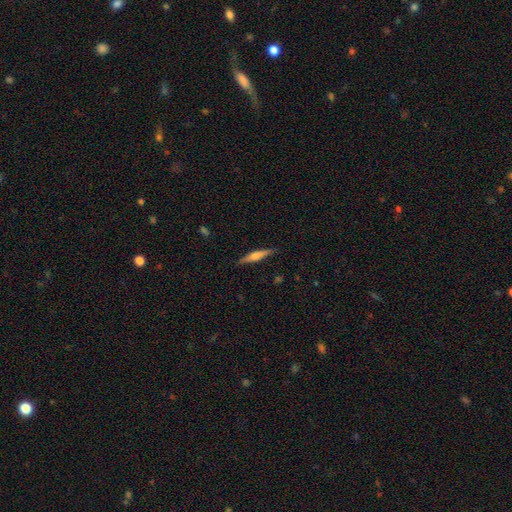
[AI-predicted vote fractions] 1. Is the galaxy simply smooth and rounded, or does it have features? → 58% featured or disk, 36% smooth, 6% star or artifact.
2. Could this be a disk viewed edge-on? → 97% yes, 3% no.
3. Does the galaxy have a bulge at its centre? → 76% rounded, 16% boxy, 8% none.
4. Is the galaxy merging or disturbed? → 88% none, 9% minor disturbance, 2% major disturbance, 1% merger.